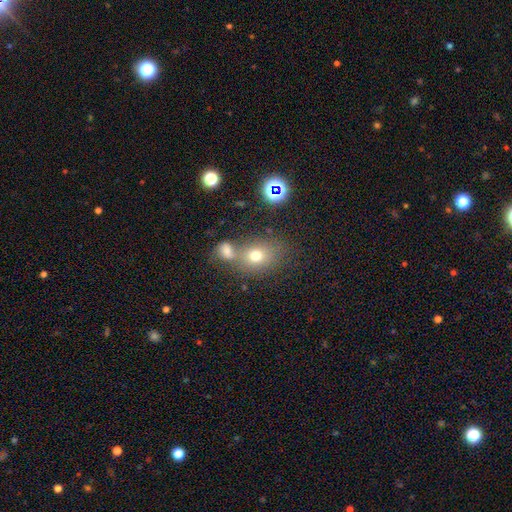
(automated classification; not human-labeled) This is likely a smooth galaxy (71%). How rounded: possibly round (52%). Merging: possibly none (48%).